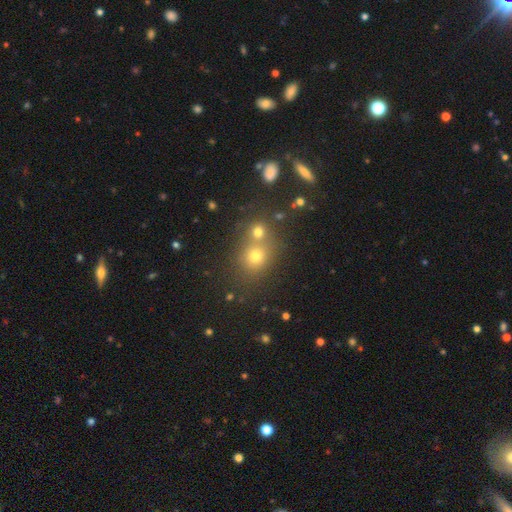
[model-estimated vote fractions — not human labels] smooth 68%, star or artifact 20%, featured or disk 12%. Down the decision tree: how rounded — round (75%); merging — none (54%).